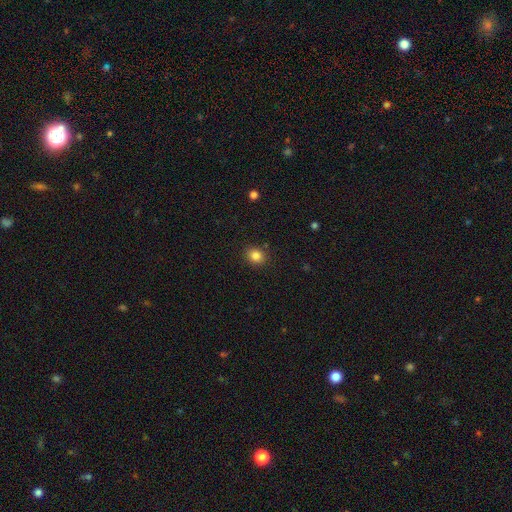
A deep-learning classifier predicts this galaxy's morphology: Overall: smooth (83%). How rounded: round (71%). Merging: none (88%).